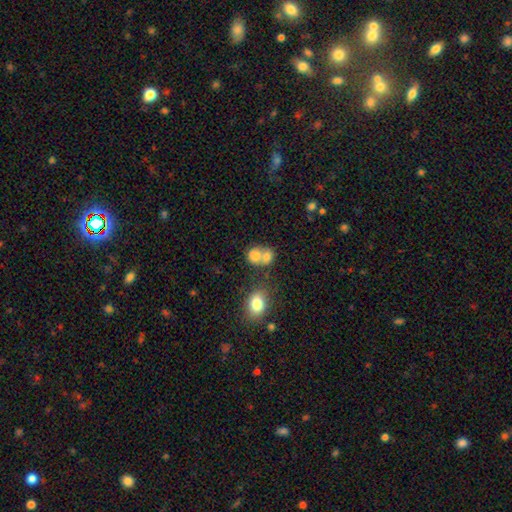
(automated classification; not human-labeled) This appears to be a smooth galaxy with no disk features (75%) that is round (62%). Merging: merger (60%).